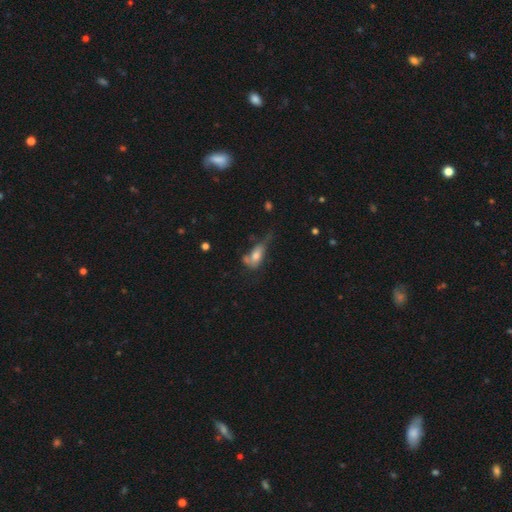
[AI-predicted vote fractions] Smooth or featured? smooth (61%)
How rounded? in between (79%)
Merging? major disturbance (32%)